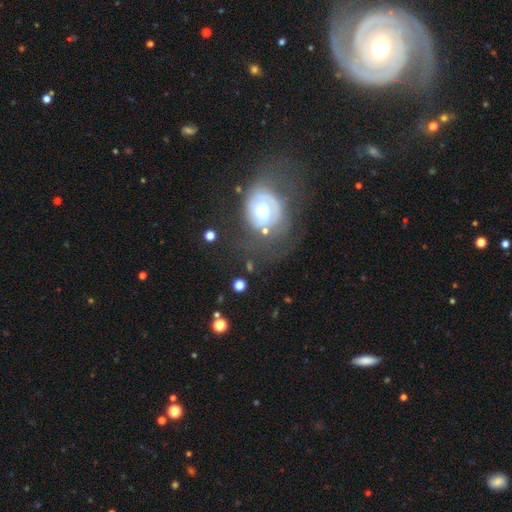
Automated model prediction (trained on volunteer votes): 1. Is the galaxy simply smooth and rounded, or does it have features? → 50% featured or disk, 33% smooth, 17% star or artifact.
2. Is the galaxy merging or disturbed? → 50% none, 26% major disturbance, 20% minor disturbance, 4% merger.